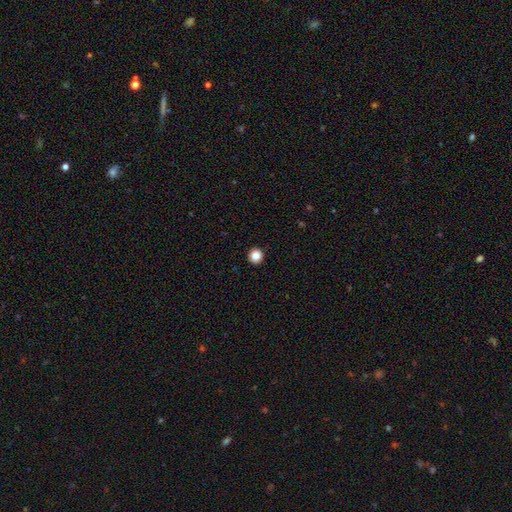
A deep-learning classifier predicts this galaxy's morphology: smooth 86%, star or artifact 11%, featured or disk 3%. Down the decision tree: how rounded — round (96%); merging — none (94%).